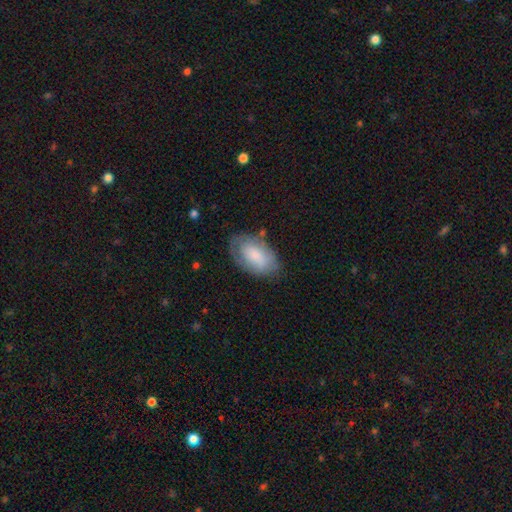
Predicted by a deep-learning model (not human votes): A smooth galaxy with no disk features (66%) that is in between round and cigar-shaped (93%). Merging: none (66%).